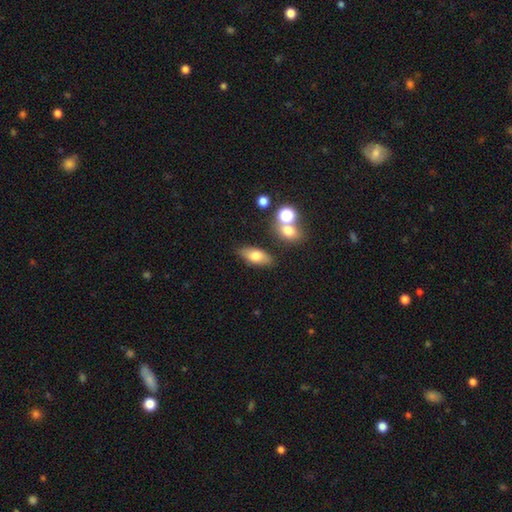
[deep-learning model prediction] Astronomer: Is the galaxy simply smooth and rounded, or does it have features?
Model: smooth — 72%.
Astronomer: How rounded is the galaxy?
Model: in between — 80%.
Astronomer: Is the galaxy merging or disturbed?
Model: none — 78%.